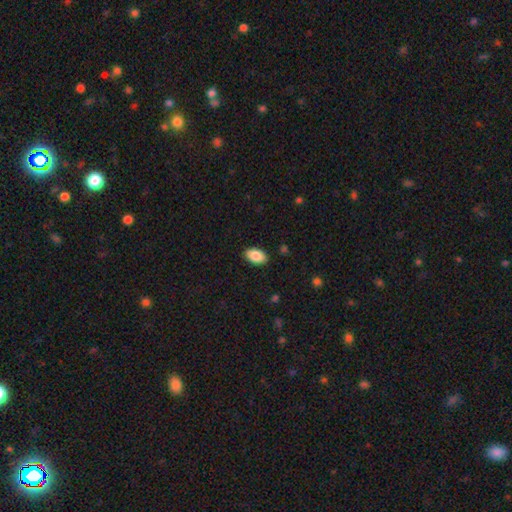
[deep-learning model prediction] smooth_or_featured: smooth (p=0.87) [alt: star or artifact p=0.07]
how_rounded: in between (p=0.94) [alt: round p=0.04]
merging: none (p=0.89) [alt: minor disturbance p=0.08]